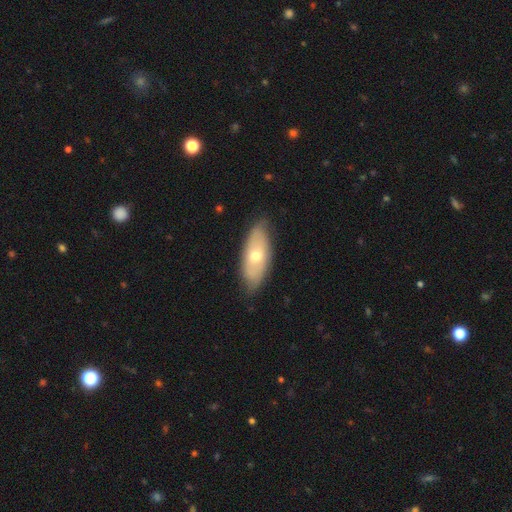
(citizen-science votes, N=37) featured or disk 51%, smooth 43%, star or artifact 5%. Down the decision tree: edge-on disk — no (74%); bar — no (86%); spiral arms — no (71%); bulge size — moderate (64%); merging — none (71%).